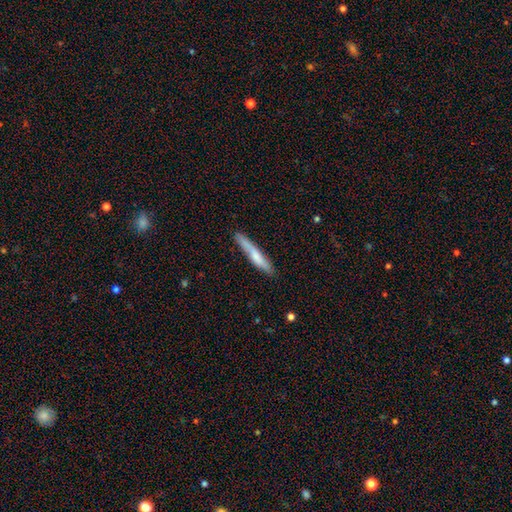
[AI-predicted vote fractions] smooth-or-featured: smooth: 65% | featured or disk: 29% | star or artifact: 5%
  how-rounded: cigar-shaped: 93% | in between: 5% | round: 1%
  merging: none: 79% | minor disturbance: 16% | major disturbance: 3% | merger: 2%